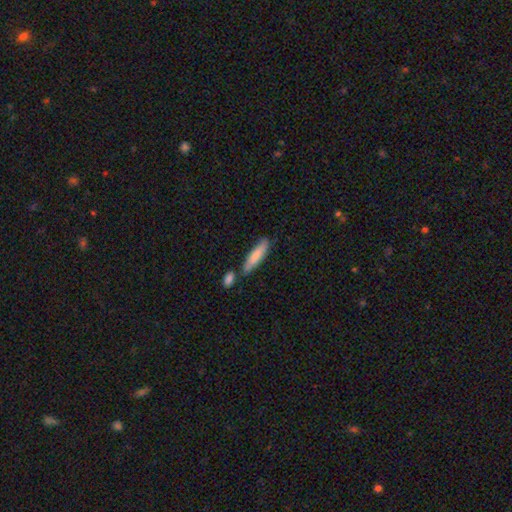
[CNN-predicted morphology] This is likely a smooth galaxy (79%). How rounded: likely cigar-shaped (75%). Merging: likely none (68%).